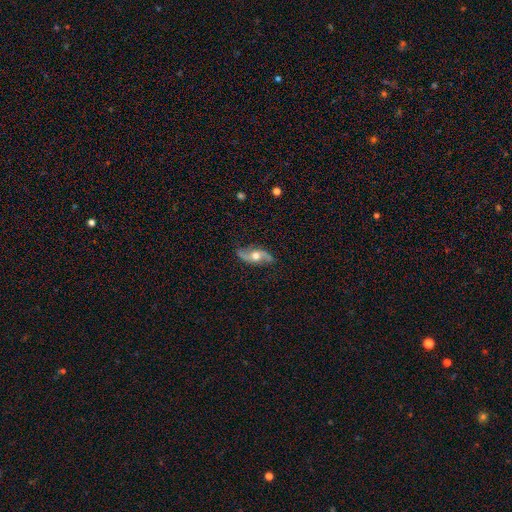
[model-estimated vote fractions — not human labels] This appears to be a featured or disk galaxy (82%) with no bar (67%), 2 (94%) loose (78%) spiral arms (94%) and a moderate central bulge (74%). Merging: none (83%).